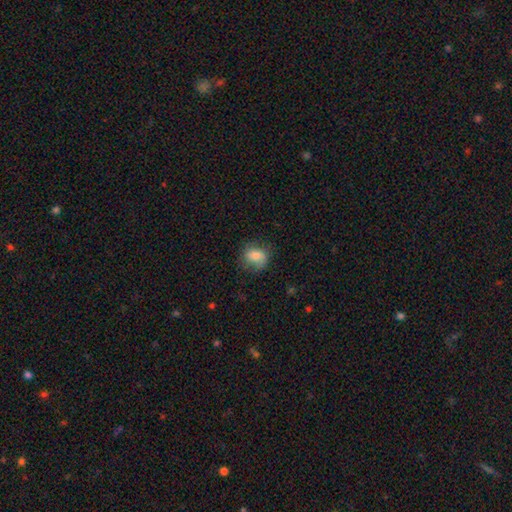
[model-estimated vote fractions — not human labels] Q: Smooth or featured?
A: smooth (73%); runner-up: featured or disk (18%)
Q: How rounded?
A: round (56%); runner-up: in between (43%)
Q: Merging?
A: none (68%); runner-up: minor disturbance (22%)